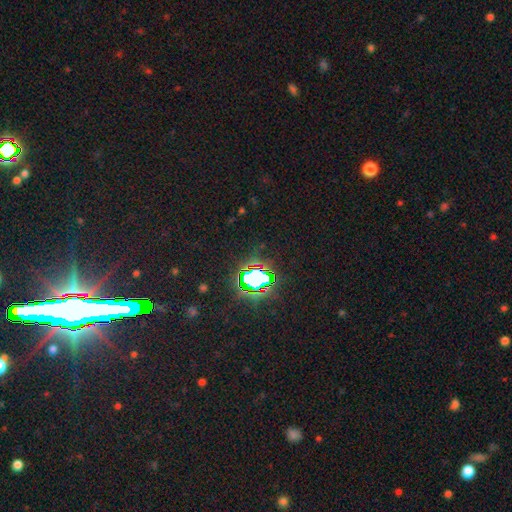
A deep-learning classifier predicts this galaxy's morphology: This is clearly a star or artifact rather than a galaxy (82%).